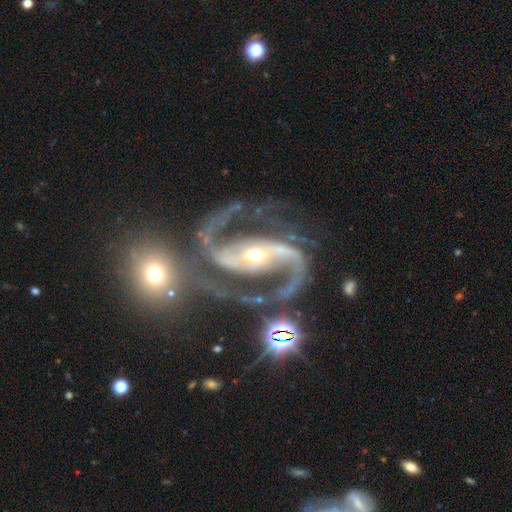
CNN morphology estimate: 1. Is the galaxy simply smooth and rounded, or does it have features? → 93% featured or disk, 5% star or artifact, 2% smooth.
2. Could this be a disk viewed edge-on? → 98% no, 2% yes.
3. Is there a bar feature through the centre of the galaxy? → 54% strong, 28% weak, 18% no.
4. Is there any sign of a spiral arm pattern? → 98% yes, 2% no.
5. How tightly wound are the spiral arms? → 59% medium, 30% loose, 11% tight.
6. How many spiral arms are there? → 94% 2, 1% 3, 1% 1, 1% can't tell, 1% 4, 1% more than 4.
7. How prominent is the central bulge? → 59% moderate, 35% small, 4% large, 1% dominant, 1% none.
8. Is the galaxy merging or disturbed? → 58% none, 15% minor disturbance, 14% major disturbance, 13% merger.